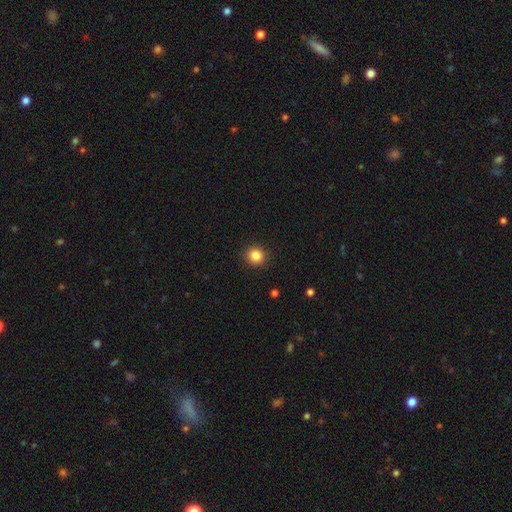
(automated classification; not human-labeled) Morphology: type=smooth (85%); roundness=round (89%); merging=none (92%).